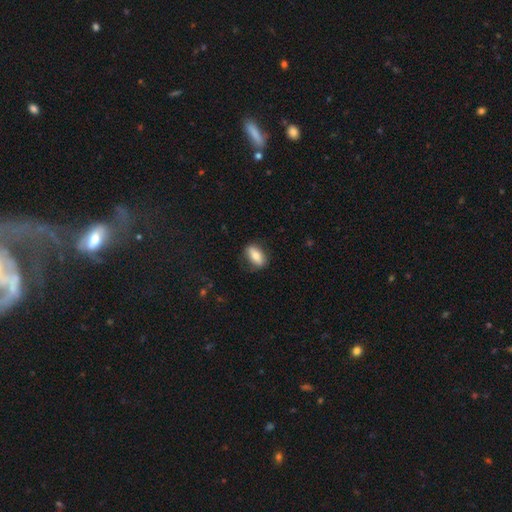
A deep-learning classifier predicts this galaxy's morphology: Smooth or featured: smooth — 73% (featured or disk — 20%)
How rounded: in between — 82% (cigar-shaped — 11%)
Merging: none — 79% (minor disturbance — 15%)